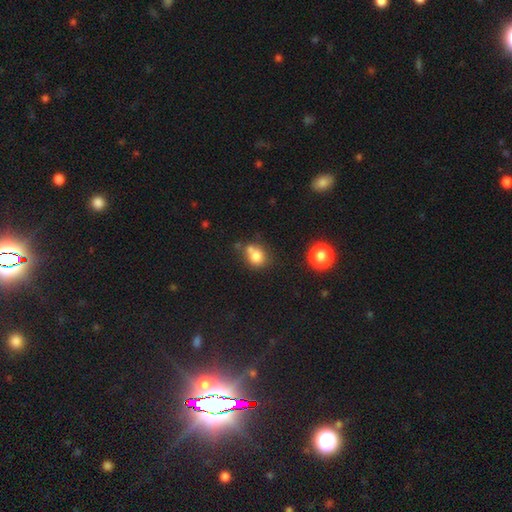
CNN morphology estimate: A smooth galaxy with no disk features (76%) that is round (68%).

Vote fractions:
- Smooth or featured? smooth: 76% / star or artifact: 12% / featured or disk: 12%
- How rounded? round: 68% / in between: 31% / cigar-shaped: 1%
- Merging? none: 45% / merger: 35% / minor disturbance: 15% / major disturbance: 6%